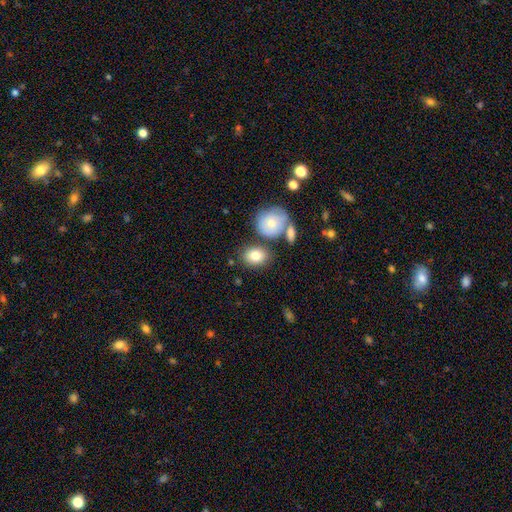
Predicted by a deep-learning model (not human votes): Morphology: type=smooth (78%); roundness=in between (59%); merging=none (66%).